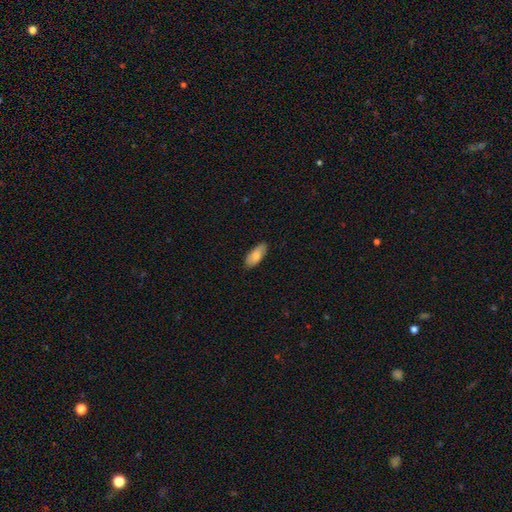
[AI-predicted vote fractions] Overall: smooth (81%). How rounded: in between (84%). Merging: none (86%).